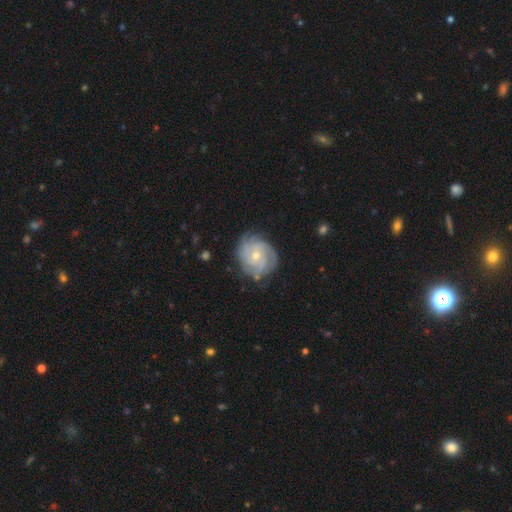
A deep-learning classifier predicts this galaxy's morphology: type=featured or disk (83%); edge-on=no (98%); bar=no (70%); spiral arms=yes (96%); winding=tight (65%); arm count=3 (30%); bulge=small (54%); merging=none (75%).